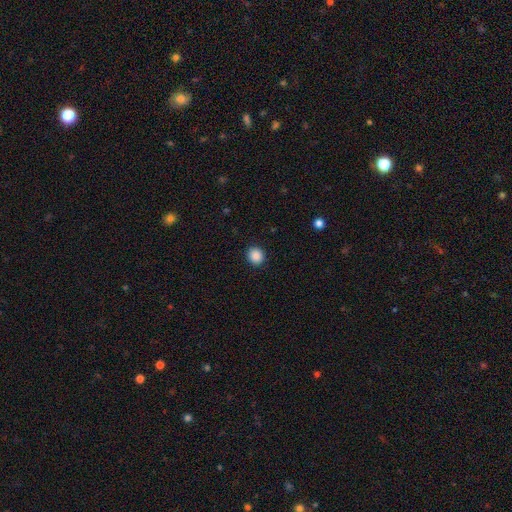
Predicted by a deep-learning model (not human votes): Morphology: type=smooth (88%); roundness=round (87%); merging=none (91%).